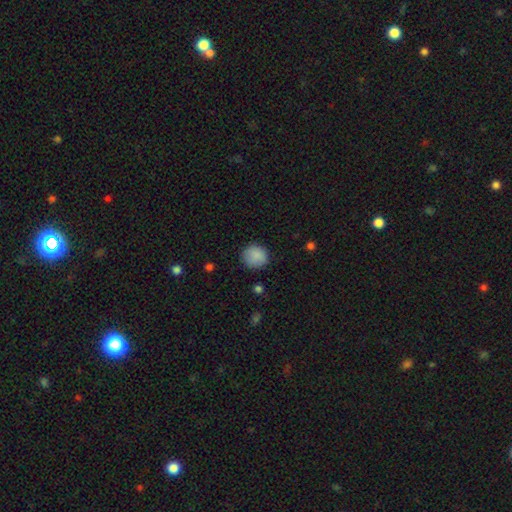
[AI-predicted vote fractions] A smooth galaxy with no disk features (88%) that is round (85%).

Vote fractions:
- Smooth or featured? smooth: 88% / star or artifact: 8% / featured or disk: 4%
- How rounded? round: 85% / in between: 14% / cigar-shaped: 1%
- Merging? none: 85% / minor disturbance: 11% / major disturbance: 3% / merger: 1%